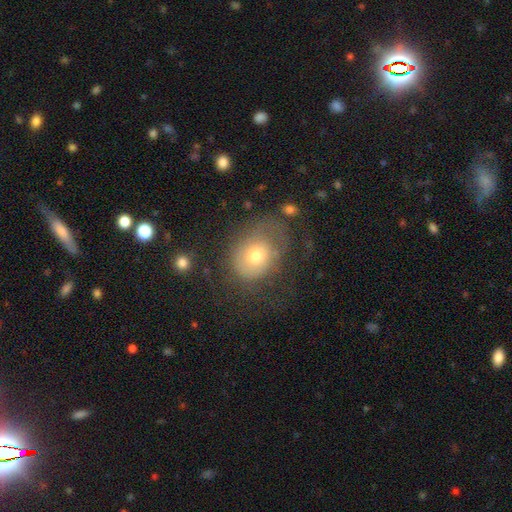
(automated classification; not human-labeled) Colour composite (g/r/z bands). It shows a smooth galaxy with no disk features (57%) that is round (50%). Merging: none (43%).